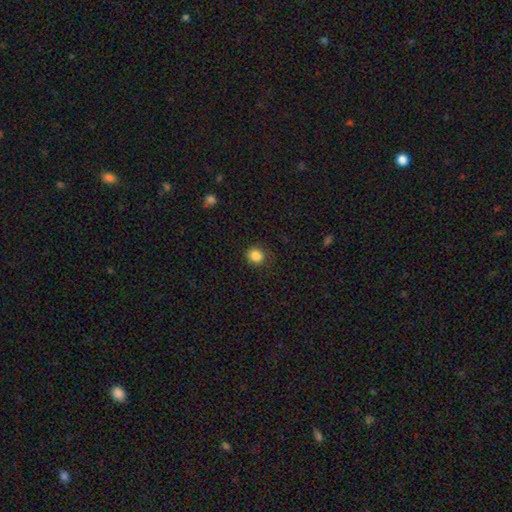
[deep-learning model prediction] A smooth galaxy with no disk features (86%) that is round (74%). Merging: none (83%).